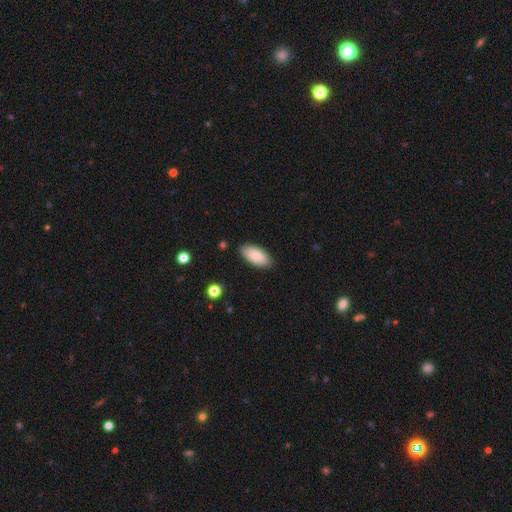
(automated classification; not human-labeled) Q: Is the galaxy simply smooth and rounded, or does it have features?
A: smooth — 86%.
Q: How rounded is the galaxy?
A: in between — 91%.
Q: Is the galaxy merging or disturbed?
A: none — 86%.